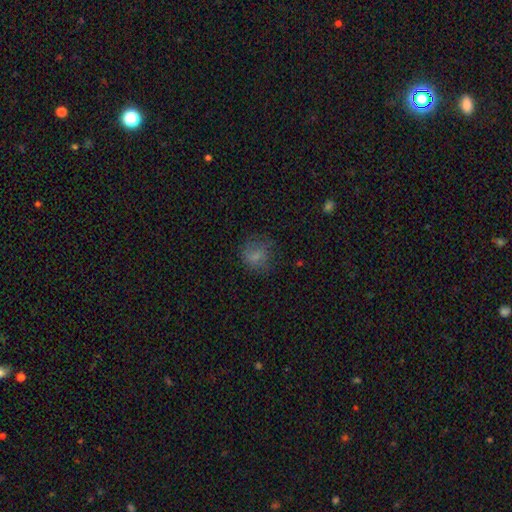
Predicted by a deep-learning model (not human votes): Smooth or featured?
  - smooth: 72% *
  - star or artifact: 14%
  - featured or disk: 14%
How rounded?
  - round: 74% *
  - in between: 25%
  - cigar-shaped: 1%
Merging?
  - none: 66% *
  - minor disturbance: 21%
  - major disturbance: 12%
  - merger: 1%